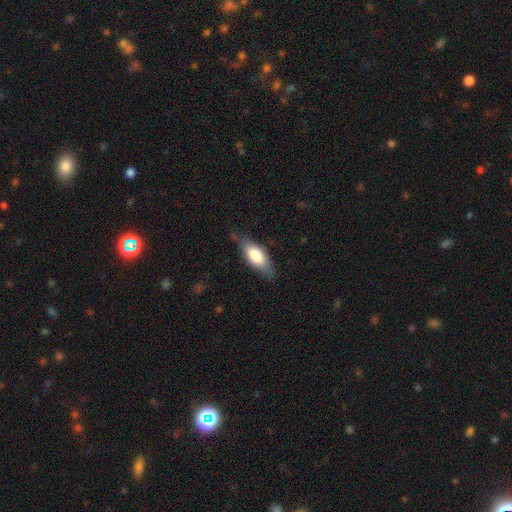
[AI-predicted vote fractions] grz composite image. It shows a smooth galaxy with no disk features (69%) that is in between round and cigar-shaped (77%). Merging: none (71%).